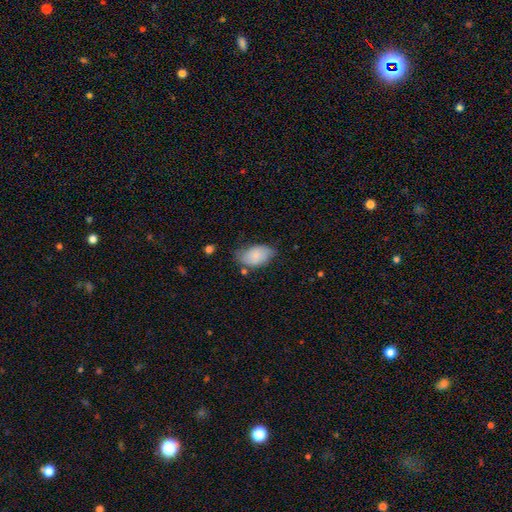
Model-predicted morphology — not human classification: Overall: smooth (81%). How rounded: in between (93%). Merging: none (60%; minor disturbance 30%).